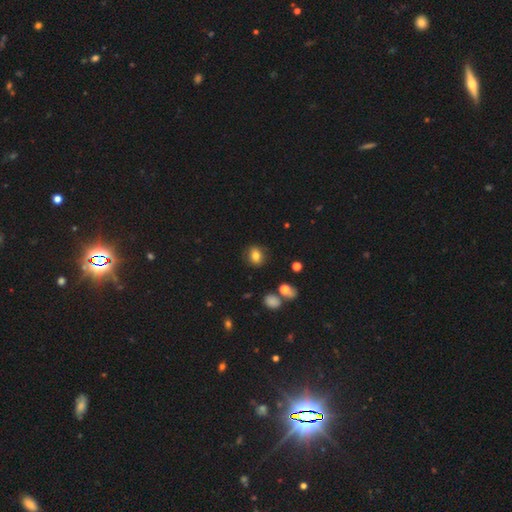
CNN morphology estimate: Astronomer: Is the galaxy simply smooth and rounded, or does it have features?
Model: smooth — 79%.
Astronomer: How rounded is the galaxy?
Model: round — 59% (runner-up: in between, 40%).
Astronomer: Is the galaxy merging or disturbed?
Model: none — 85%.